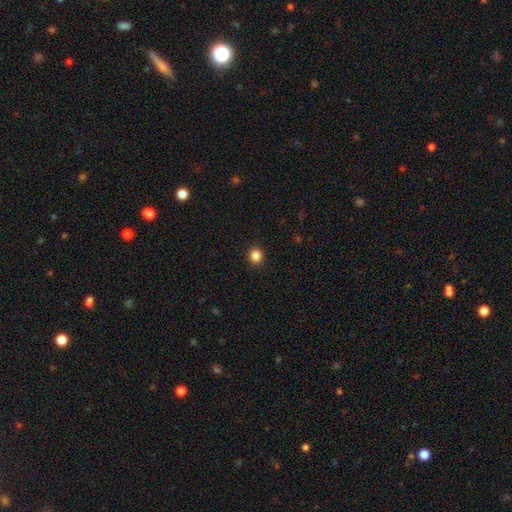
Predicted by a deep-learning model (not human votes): Q: Smooth or featured?
A: smooth (86%); runner-up: star or artifact (11%)
Q: How rounded?
A: round (87%); runner-up: in between (12%)
Q: Merging?
A: none (92%); runner-up: minor disturbance (5%)